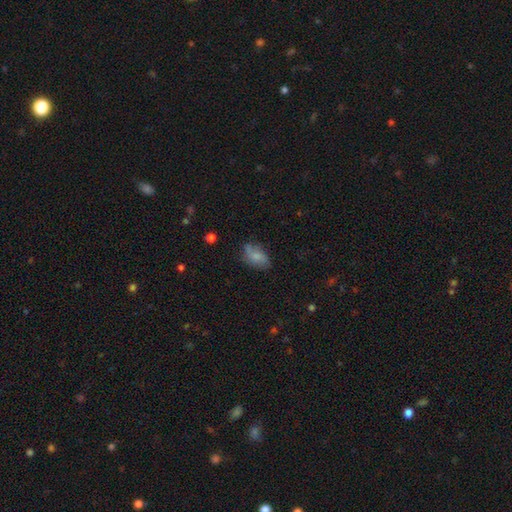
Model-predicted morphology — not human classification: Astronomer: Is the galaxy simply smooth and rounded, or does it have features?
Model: smooth — 66%.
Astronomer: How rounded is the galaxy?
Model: in between — 89%.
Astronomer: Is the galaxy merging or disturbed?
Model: none — 60%.